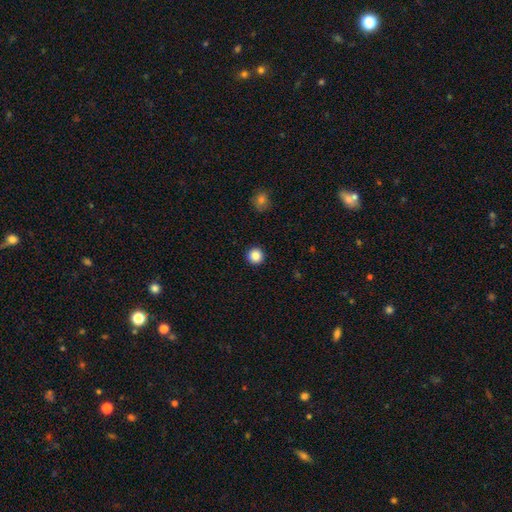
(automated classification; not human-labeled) Overall: smooth (87%). How rounded: round (96%). Merging: none (93%).